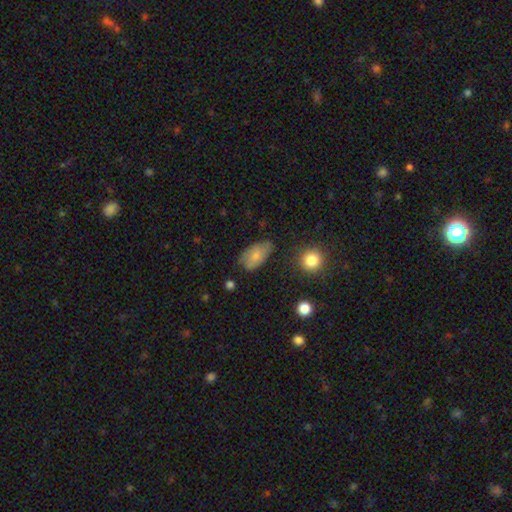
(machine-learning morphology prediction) The model was most divided on "merging": none: 60%, minor disturbance: 29%, major disturbance: 8%, merger: 3%. More confident: how rounded — in between (92%); smooth or featured — smooth (73%).